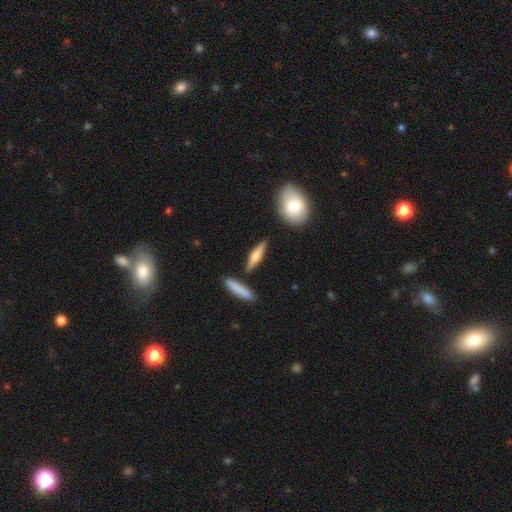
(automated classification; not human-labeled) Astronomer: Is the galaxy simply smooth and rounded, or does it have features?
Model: featured or disk — 51% (runner-up: smooth, 43%).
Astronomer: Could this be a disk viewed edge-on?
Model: yes — 94%.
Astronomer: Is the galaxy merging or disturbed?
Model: none — 84%.